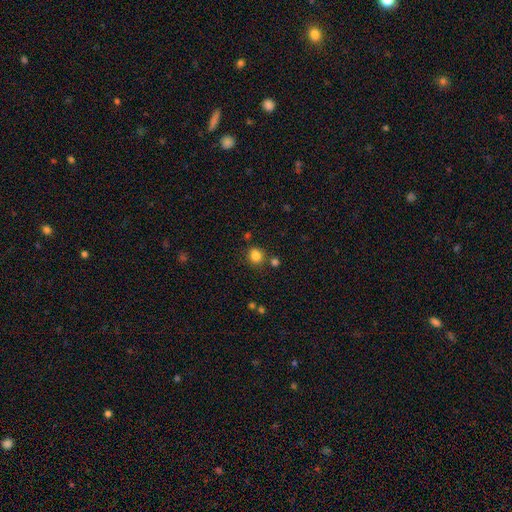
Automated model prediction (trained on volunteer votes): Smooth or featured? Predicted: smooth (p=0.83). How rounded? Predicted: round (p=0.76). Merging? Predicted: none (p=0.76).